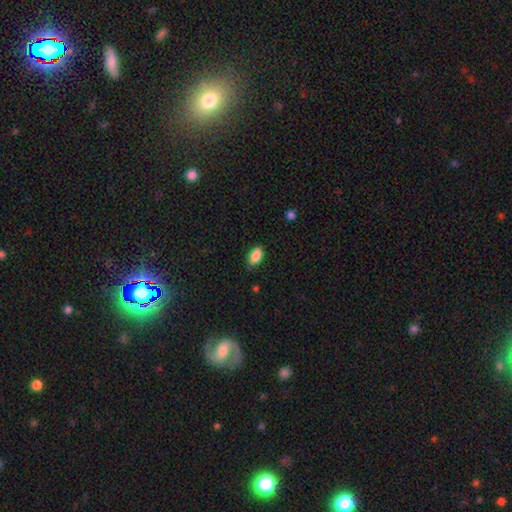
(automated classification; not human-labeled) A smooth galaxy with no disk features (87%) that is in between round and cigar-shaped (92%). Merging: none (75%).